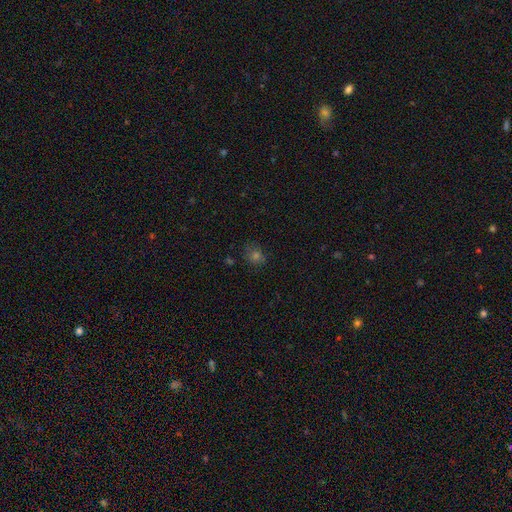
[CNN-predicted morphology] smooth 61%, star or artifact 28%, featured or disk 11%. Down the decision tree: how rounded — round (70%); merging — none (77%).